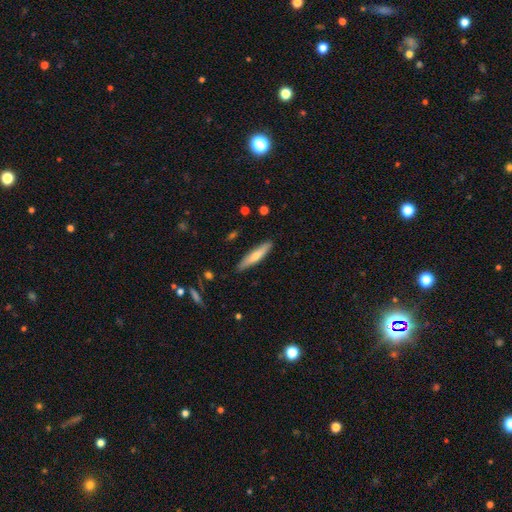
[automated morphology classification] smooth 61%, featured or disk 33%, star or artifact 6%. Down the decision tree: how rounded — cigar-shaped (87%); merging — none (88%).